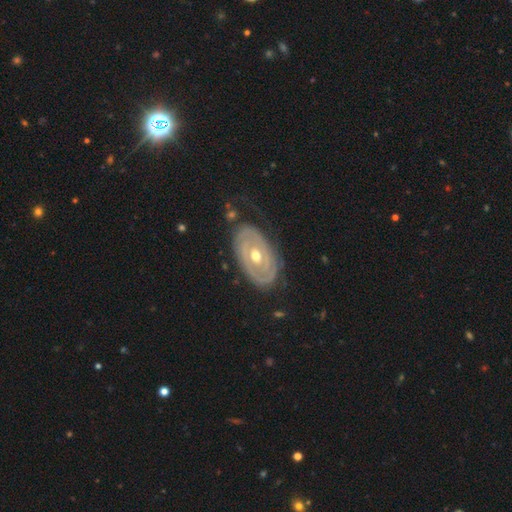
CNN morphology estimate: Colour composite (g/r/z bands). It shows a featured or disk galaxy (77%) with no bar (73%), spiral arms (57%) and a moderate central bulge (69%). Merging: none (72%).